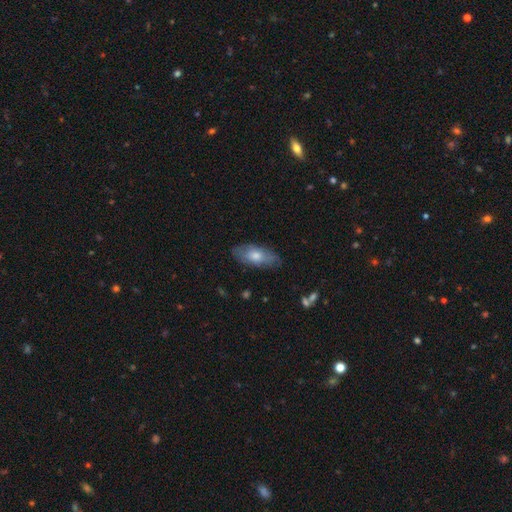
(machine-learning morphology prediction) Smooth or featured? Predicted: smooth (p=0.66). How rounded? Predicted: in between (p=0.83). Merging? Predicted: none (p=0.76).